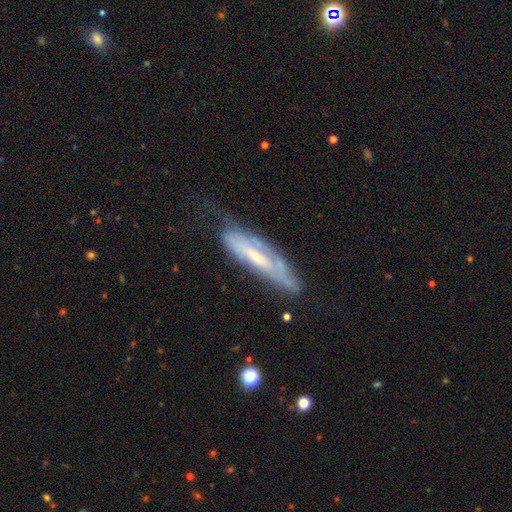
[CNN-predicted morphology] smooth_or_featured: featured or disk (p=0.61) [alt: smooth p=0.32]
disk_edge_on: no (p=0.55) [alt: yes p=0.45]
merging: none (p=0.44) [alt: minor disturbance p=0.32]